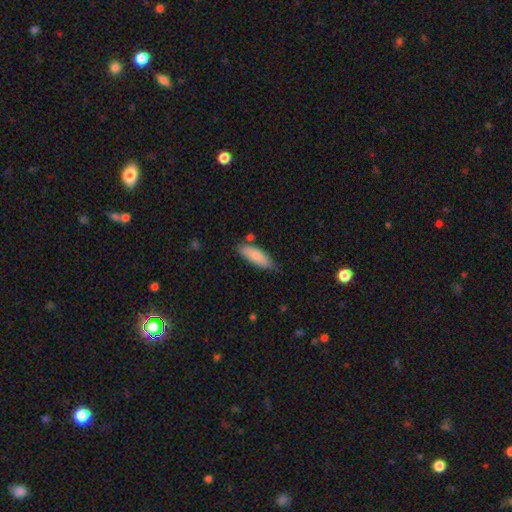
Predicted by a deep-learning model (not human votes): Smooth or featured: smooth — 83% (featured or disk — 12%)
How rounded: in between — 63% (cigar-shaped — 35%)
Merging: none — 75% (minor disturbance — 18%)